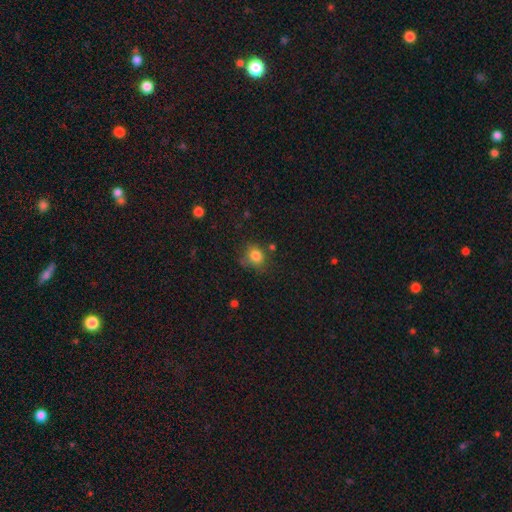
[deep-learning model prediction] Overall: smooth (81%). How rounded: round (69%; in between 30%). Merging: none (68%).